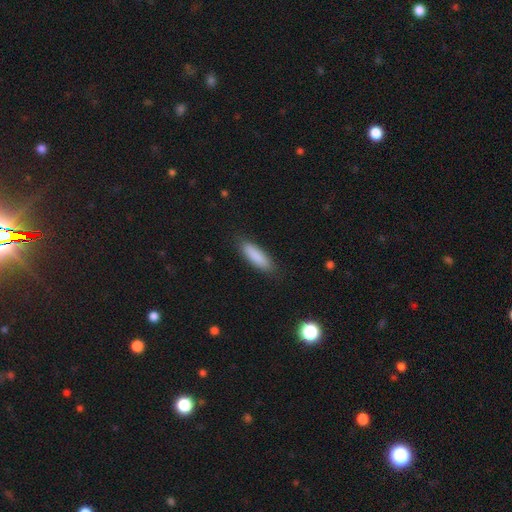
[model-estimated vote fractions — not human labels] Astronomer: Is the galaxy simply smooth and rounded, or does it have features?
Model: smooth — 88%.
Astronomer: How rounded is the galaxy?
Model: cigar-shaped — 52% (runner-up: in between, 46%).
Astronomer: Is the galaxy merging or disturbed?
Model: none — 86%.